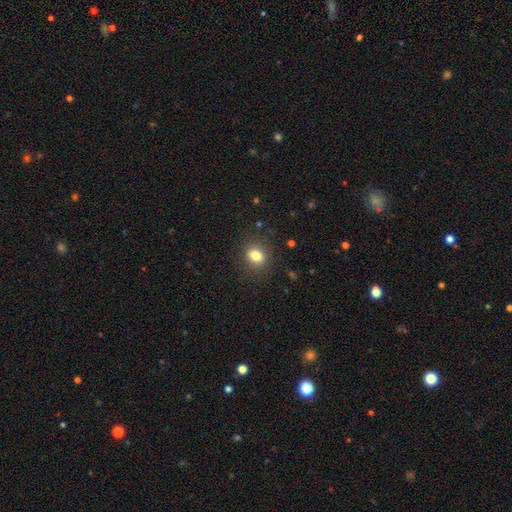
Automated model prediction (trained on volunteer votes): Smooth or featured?
  - smooth: 82% *
  - star or artifact: 11%
  - featured or disk: 7%
How rounded?
  - in between: 53% *
  - round: 46%
  - cigar-shaped: 1%
Merging?
  - none: 86% *
  - minor disturbance: 10%
  - major disturbance: 3%
  - merger: 1%